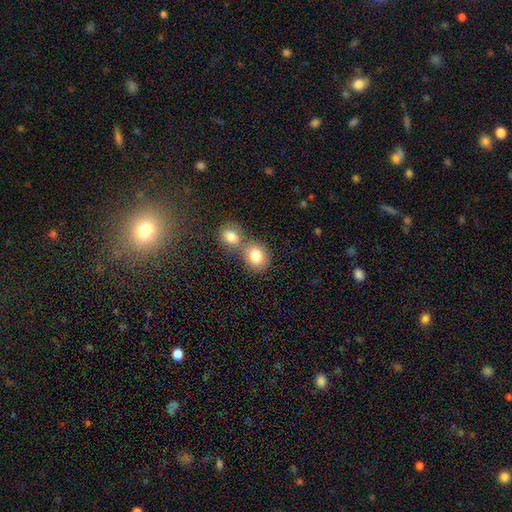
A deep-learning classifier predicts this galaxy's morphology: Smooth or featured? smooth (81%)
How rounded? round (60%)
Merging? merger (47%)